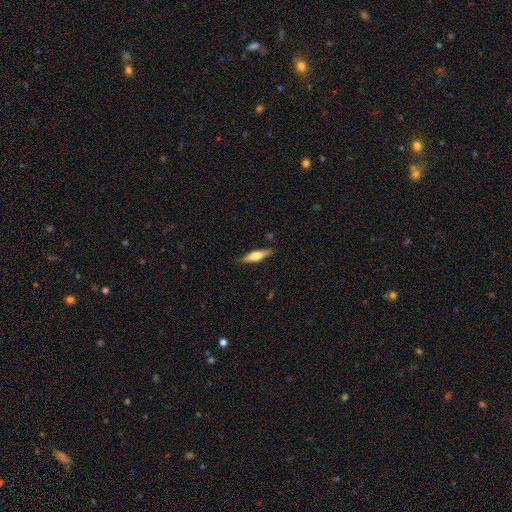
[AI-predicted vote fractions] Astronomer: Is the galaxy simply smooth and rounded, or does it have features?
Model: featured or disk — 50% (runner-up: smooth, 44%).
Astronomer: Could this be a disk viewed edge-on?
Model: yes — 94%.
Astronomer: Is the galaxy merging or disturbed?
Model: none — 85%.